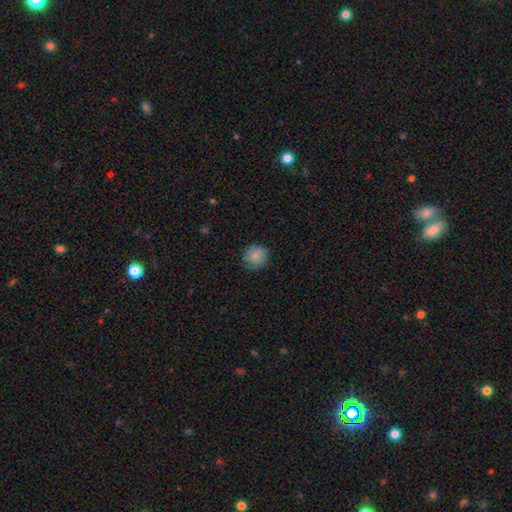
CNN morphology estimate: The model was most divided on "merging": none: 78%, minor disturbance: 17%, major disturbance: 4%, merger: 1%. More confident: how rounded — round (88%); smooth or featured — smooth (84%).